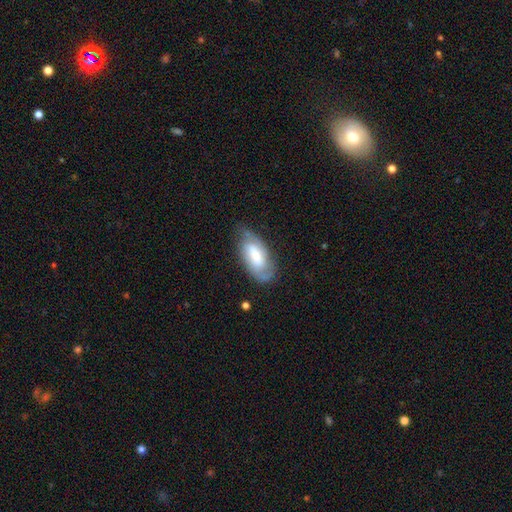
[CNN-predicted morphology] smooth-or-featured: featured or disk: 61% | smooth: 33% | star or artifact: 6%
  disk-edge-on: no: 93% | yes: 7%
    bar: weak: 44% | no: 31% | strong: 25%
    has-spiral-arms: yes: 83% | no: 17%
    bulge-size: moderate: 45% | small: 36% | large: 13% | none: 4% | dominant: 2%
  merging: none: 64% | minor disturbance: 25% | major disturbance: 9% | merger: 2%